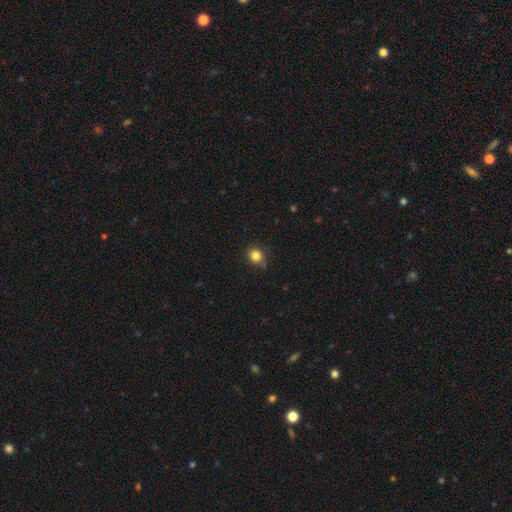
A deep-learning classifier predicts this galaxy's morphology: smooth-or-featured: smooth: 83% | star or artifact: 12% | featured or disk: 5%
  how-rounded: round: 77% | in between: 22% | cigar-shaped: 1%
  merging: none: 75% | minor disturbance: 19% | major disturbance: 4% | merger: 2%